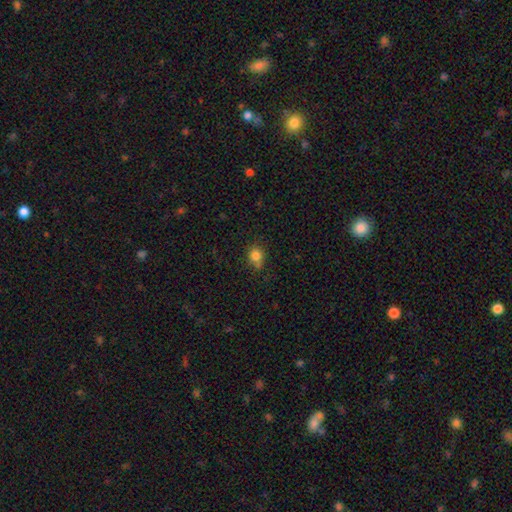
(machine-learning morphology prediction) Q: Smooth or featured?
A: smooth (82%); runner-up: star or artifact (12%)
Q: How rounded?
A: round (79%); runner-up: in between (21%)
Q: Merging?
A: none (67%); runner-up: minor disturbance (20%)